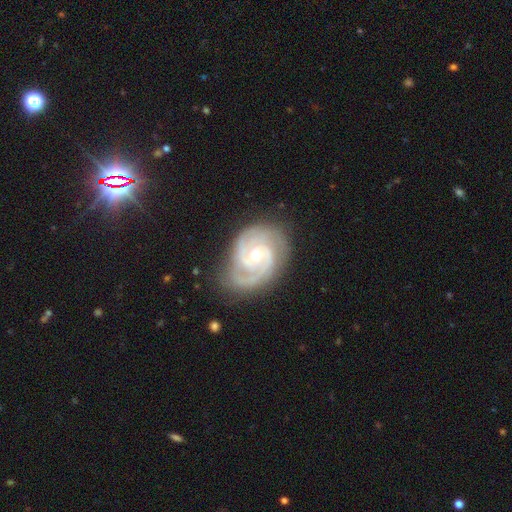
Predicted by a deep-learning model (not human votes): Smooth or featured? Predicted: featured or disk (p=0.92). Edge-on disk? Predicted: no (p=0.98). Bar? Predicted: no (p=0.50). Spiral arms? Predicted: yes (p=0.98). Spiral winding? Predicted: tight (p=0.62). Spiral arm count? Predicted: 2 (p=0.49). Bulge size? Predicted: moderate (p=0.56). Merging? Predicted: none (p=0.77).